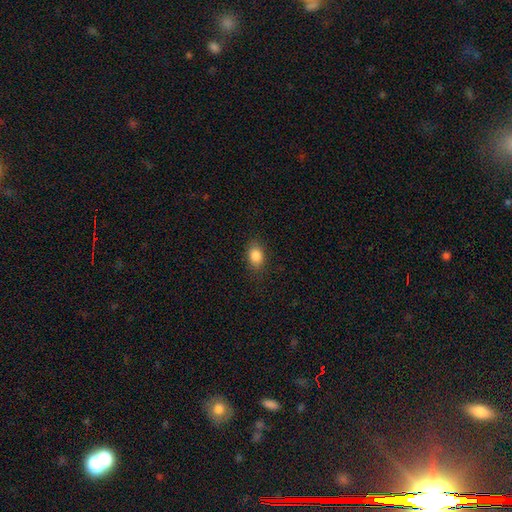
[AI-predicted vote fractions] Morphology: type=smooth (85%); roundness=in between (69%); merging=none (85%).